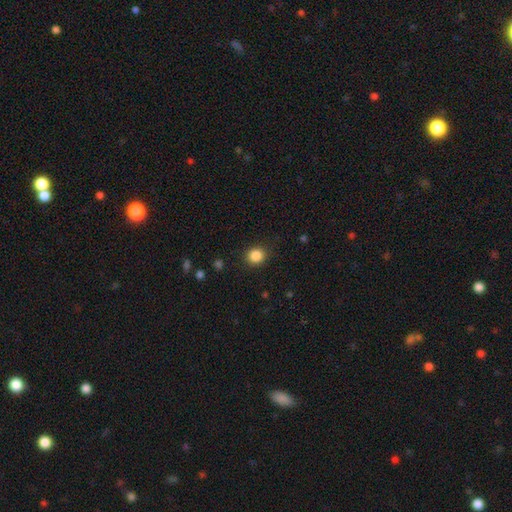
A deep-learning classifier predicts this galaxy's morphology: Smooth or featured? Predicted: smooth (p=0.86). How rounded? Predicted: round (p=0.83). Merging? Predicted: none (p=0.88).